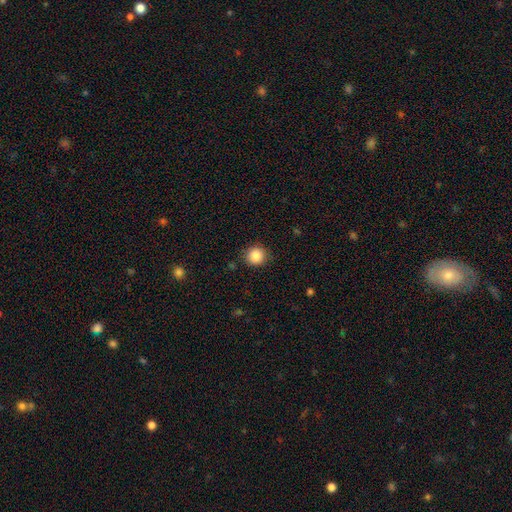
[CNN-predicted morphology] smooth 87%, star or artifact 10%, featured or disk 3%. Down the decision tree: how rounded — round (91%); merging — none (87%).